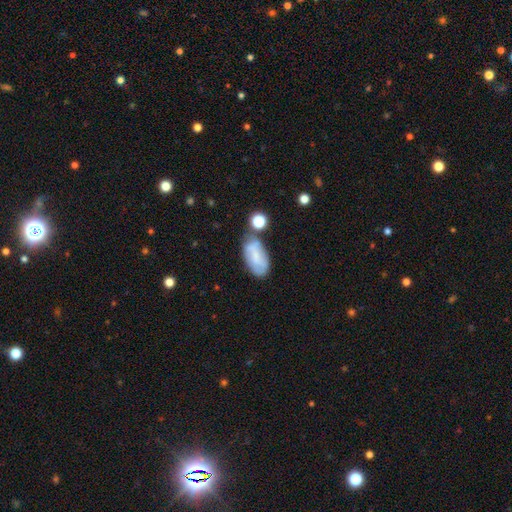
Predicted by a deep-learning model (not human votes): The model was most divided on "merging": none: 50%, minor disturbance: 25%, merger: 15%, major disturbance: 9%. More confident: how rounded — in between (92%); smooth or featured — smooth (59%).